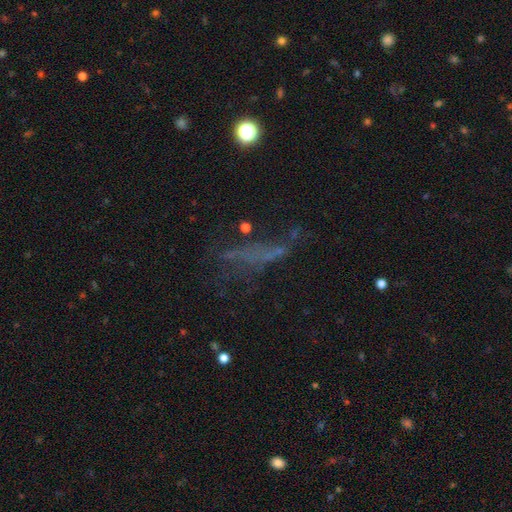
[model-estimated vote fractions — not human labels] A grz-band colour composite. It shows a star or artifact, not a galaxy (36%).